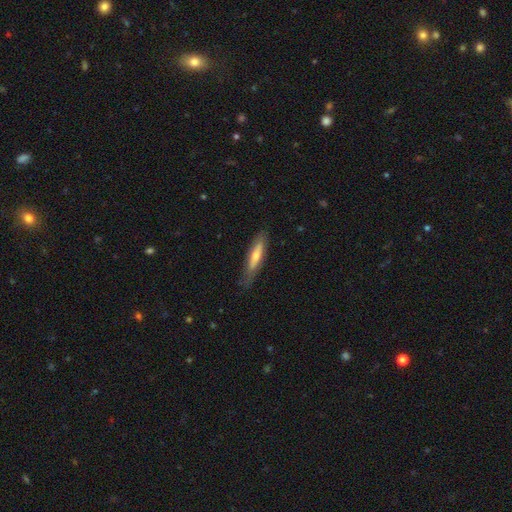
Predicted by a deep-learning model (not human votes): This appears to be a featured or disk galaxy (50%). Merging: none (76%).